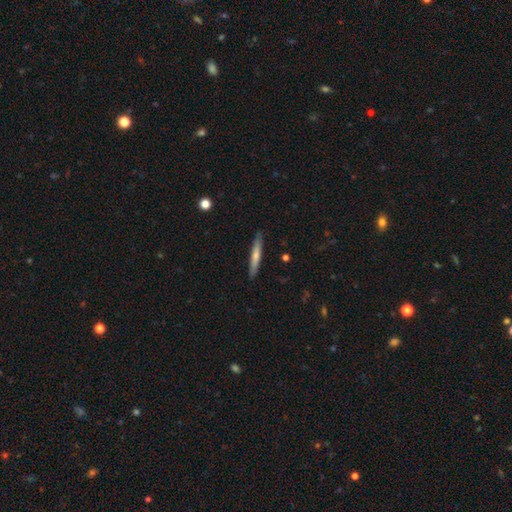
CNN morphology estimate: Smooth or featured? smooth (60%)
How rounded? cigar-shaped (93%)
Merging? none (87%)